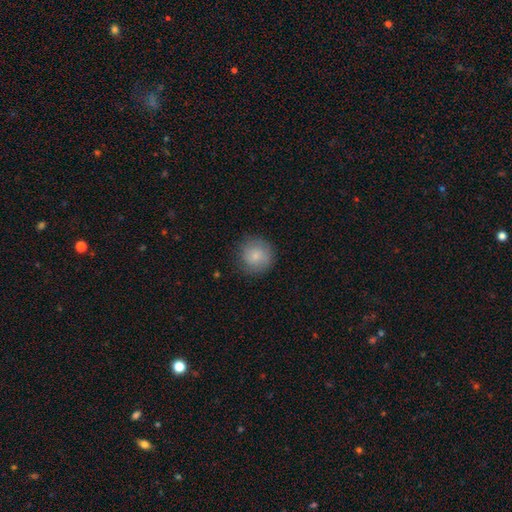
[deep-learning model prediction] This appears to be a smooth galaxy with no disk features (81%) that is round (94%). Merging: none (82%).